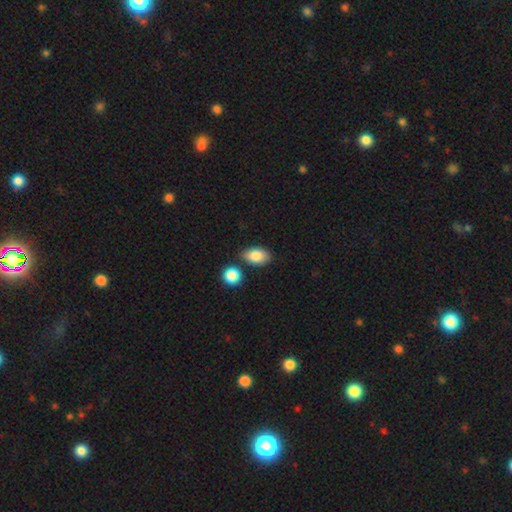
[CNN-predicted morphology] Q: Smooth or featured?
A: smooth (85%); runner-up: featured or disk (8%)
Q: How rounded?
A: in between (89%); runner-up: round (10%)
Q: Merging?
A: none (74%); runner-up: minor disturbance (14%)